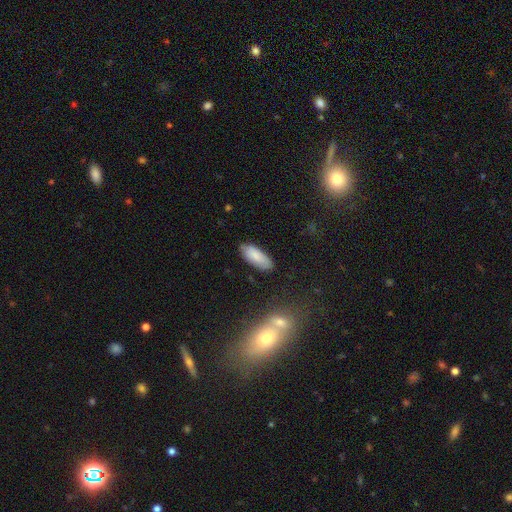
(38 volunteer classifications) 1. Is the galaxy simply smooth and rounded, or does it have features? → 92% smooth, 5% star or artifact, 3% featured or disk.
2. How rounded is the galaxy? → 89% in between, 11% cigar-shaped, 0% round.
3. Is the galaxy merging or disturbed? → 86% none, 11% minor disturbance, 3% major disturbance, 0% merger.